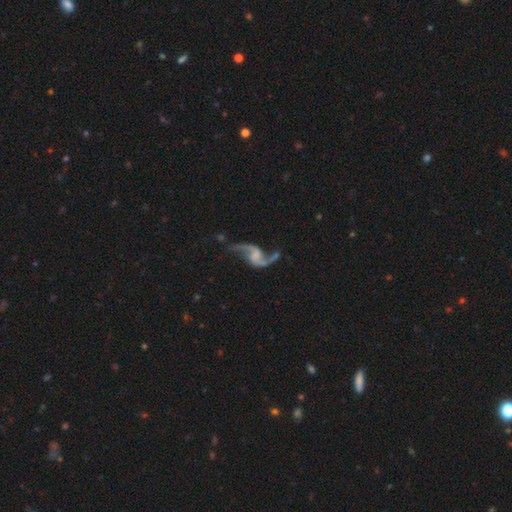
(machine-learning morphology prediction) Q: Smooth or featured?
A: featured or disk (91%); runner-up: star or artifact (5%)
Q: Edge-on disk?
A: no (98%); runner-up: yes (2%)
Q: Bar?
A: no (47%); runner-up: weak (39%)
Q: Spiral arms?
A: yes (97%); runner-up: no (3%)
Q: Spiral winding?
A: loose (88%); runner-up: medium (9%)
Q: Spiral arm count?
A: 2 (94%); runner-up: 1 (2%)
Q: Bulge size?
A: none (52%); runner-up: small (26%)
Q: Merging?
A: none (67%); runner-up: minor disturbance (16%)